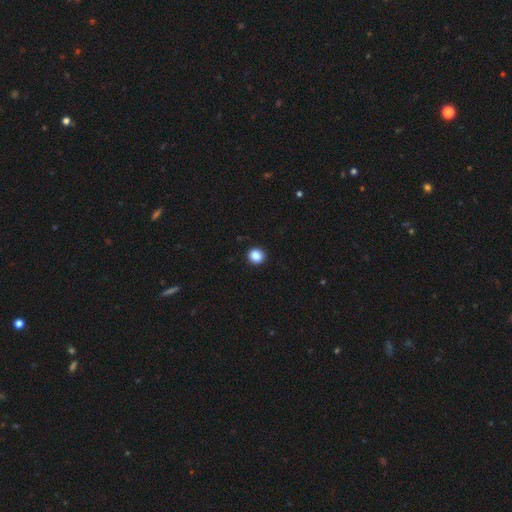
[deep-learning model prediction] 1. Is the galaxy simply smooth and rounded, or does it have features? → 88% smooth, 10% star or artifact, 3% featured or disk.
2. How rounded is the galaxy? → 87% round, 12% in between, 1% cigar-shaped.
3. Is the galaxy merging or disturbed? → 92% none, 5% minor disturbance, 2% major disturbance, 1% merger.